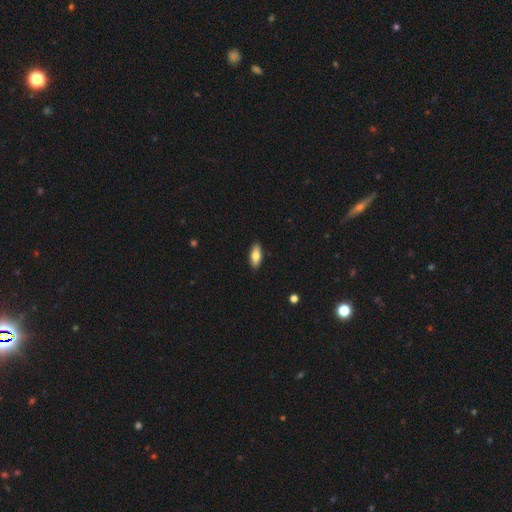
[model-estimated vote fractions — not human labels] This is likely a smooth galaxy (76%). How rounded: likely in between (78%). Merging: clearly none (90%).